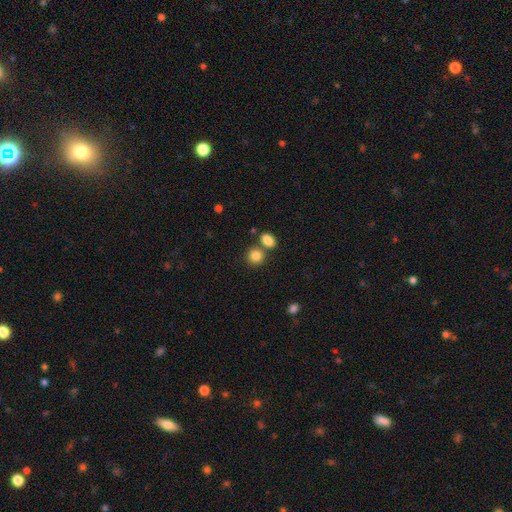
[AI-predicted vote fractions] A smooth galaxy with no disk features (84%) that is round (79%).

Vote fractions:
- Smooth or featured? smooth: 84% / star or artifact: 10% / featured or disk: 6%
- How rounded? round: 79% / in between: 20% / cigar-shaped: 1%
- Merging? none: 62% / merger: 27% / minor disturbance: 8% / major disturbance: 3%